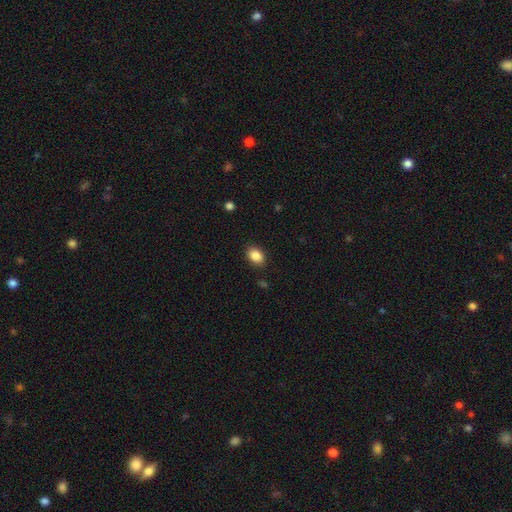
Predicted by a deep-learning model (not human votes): Q: Smooth or featured?
A: smooth (87%); runner-up: star or artifact (8%)
Q: How rounded?
A: in between (79%); runner-up: round (20%)
Q: Merging?
A: none (87%); runner-up: minor disturbance (9%)